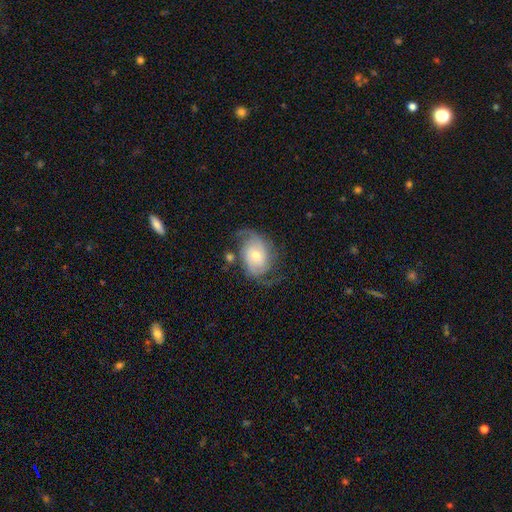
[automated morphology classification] smooth-or-featured: featured or disk: 79% | smooth: 15% | star or artifact: 6%
  disk-edge-on: no: 97% | yes: 3%
    bar: no: 66% | weak: 29% | strong: 6%
    has-spiral-arms: yes: 94% | no: 6%
      spiral-winding: medium: 42% | loose: 32% | tight: 26%
      spiral-arm-count: 2: 76% | can't tell: 10% | 3: 6% | 1: 4% | 4: 2% | more than 4: 2%
    bulge-size: moderate: 53% | small: 40% | large: 5% | none: 1% | dominant: 1%
  merging: none: 60% | minor disturbance: 20% | major disturbance: 16% | merger: 3%